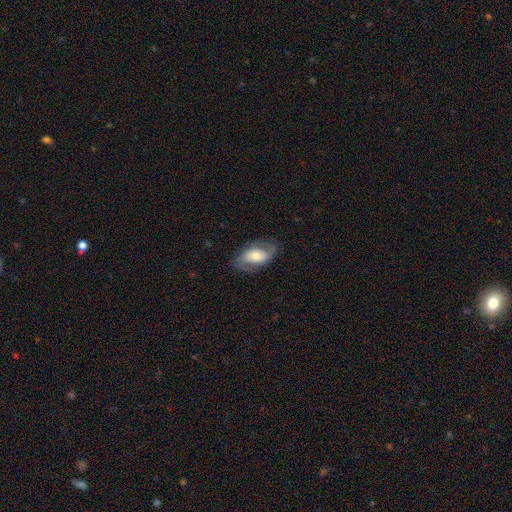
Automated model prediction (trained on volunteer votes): Smooth or featured? Predicted: featured or disk (p=0.50). Edge-on disk? Predicted: no (p=0.92). Merging? Predicted: none (p=0.74).